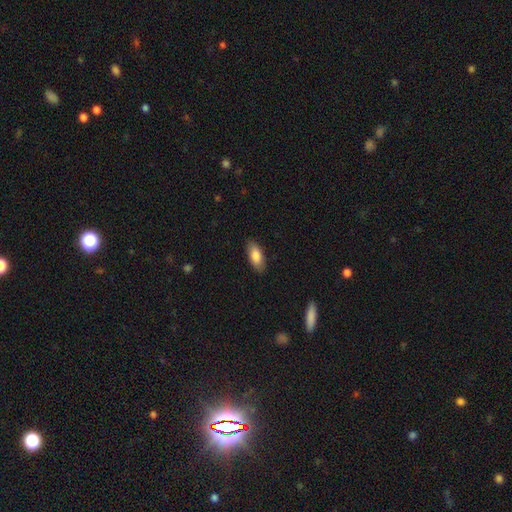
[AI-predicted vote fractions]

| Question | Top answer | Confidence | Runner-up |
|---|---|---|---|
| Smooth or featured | smooth | 84% | featured or disk (10%) |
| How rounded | in between | 85% | cigar-shaped (13%) |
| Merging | none | 86% | minor disturbance (10%) |